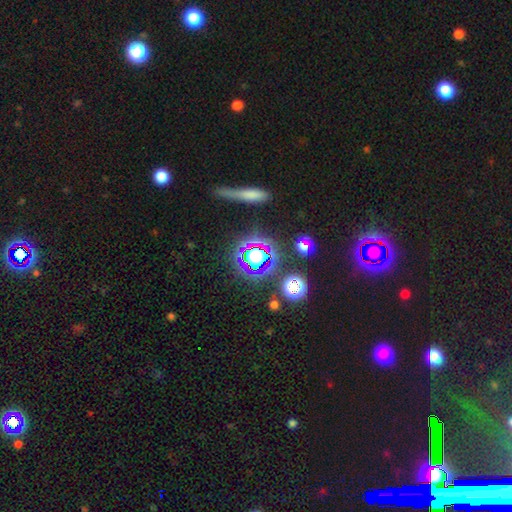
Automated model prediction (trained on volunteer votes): smooth_or_featured: star or artifact (p=0.60) [alt: smooth p=0.25]